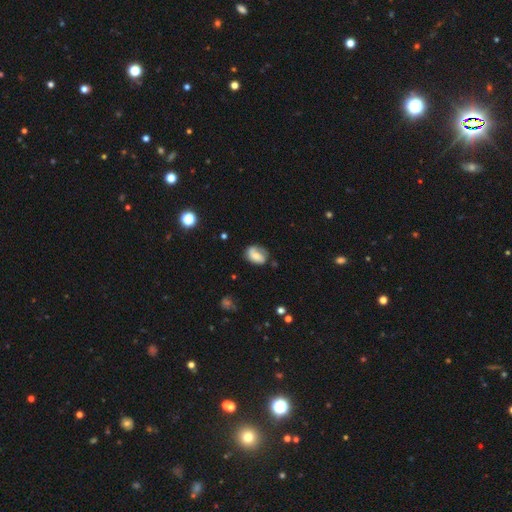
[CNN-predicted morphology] smooth_or_featured: smooth (p=0.53) [alt: featured or disk p=0.38]
how_rounded: in between (p=0.77) [alt: round p=0.21]
merging: none (p=0.56) [alt: minor disturbance p=0.29]